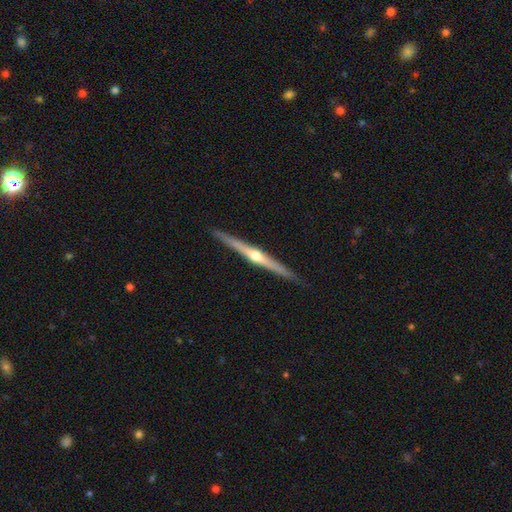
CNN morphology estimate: This appears to be a featured or disk galaxy (80%) viewed edge-on (98%) with a rounded central bulge (90%). Merging: none (90%).